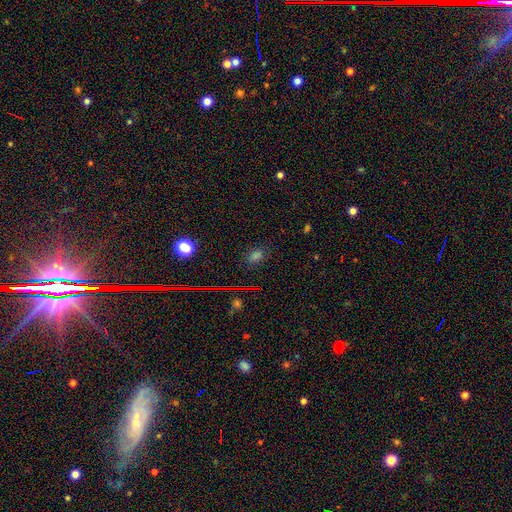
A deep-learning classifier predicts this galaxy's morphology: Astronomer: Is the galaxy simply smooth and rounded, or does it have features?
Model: smooth — 63%.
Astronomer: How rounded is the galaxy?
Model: in between — 69%.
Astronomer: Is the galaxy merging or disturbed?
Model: none — 81%.